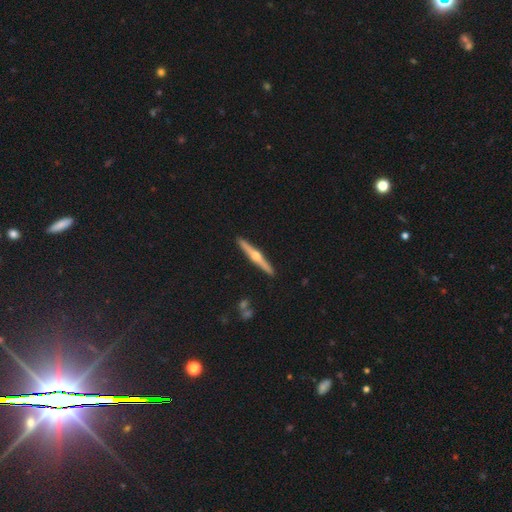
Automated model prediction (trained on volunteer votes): Q: Smooth or featured?
A: featured or disk (74%); runner-up: smooth (21%)
Q: Edge-on disk?
A: yes (98%); runner-up: no (2%)
Q: Edge-on bulge?
A: rounded (94%); runner-up: none (4%)
Q: Merging?
A: none (92%); runner-up: minor disturbance (5%)